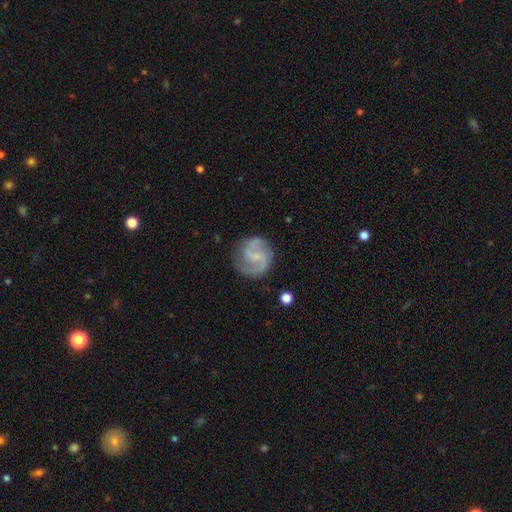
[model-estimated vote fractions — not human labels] A featured or disk galaxy (81%) with a weak bar (51%), 2 (88%) medium (53%) spiral arms (96%) and a small central bulge (58%). Merging: none (79%).